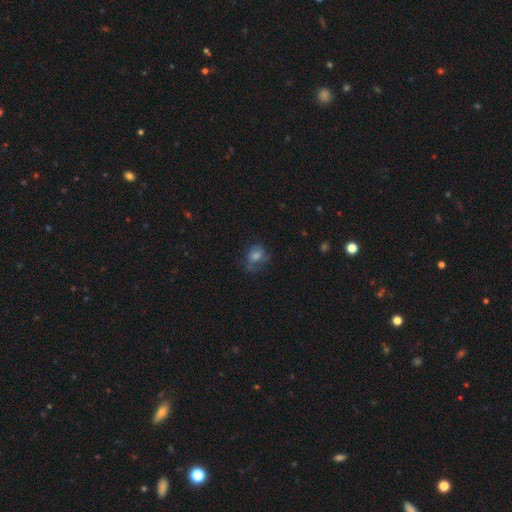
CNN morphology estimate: smooth 52%, featured or disk 30%, star or artifact 17%. Down the decision tree: how rounded — in between (50%); merging — none (52%).